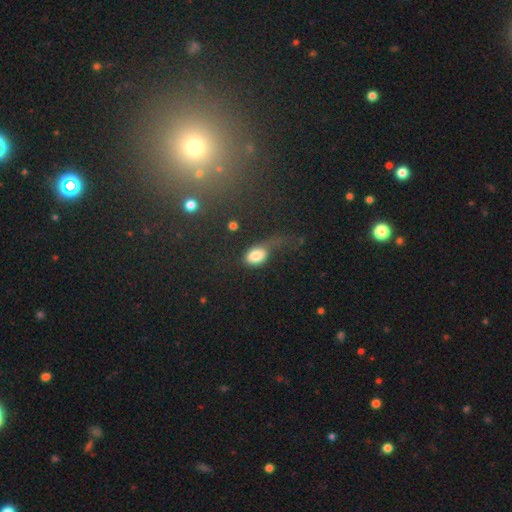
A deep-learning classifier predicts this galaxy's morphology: type=smooth (80%); roundness=in between (83%); merging=major disturbance (39%).